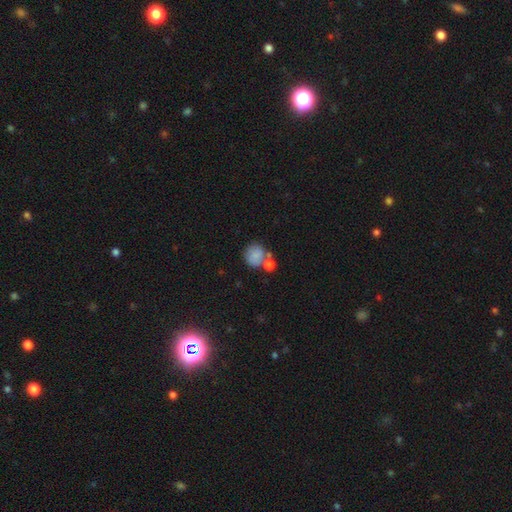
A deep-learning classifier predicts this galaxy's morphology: smooth 81%, featured or disk 10%, star or artifact 9%. Down the decision tree: how rounded — round (83%); merging — none (53%).